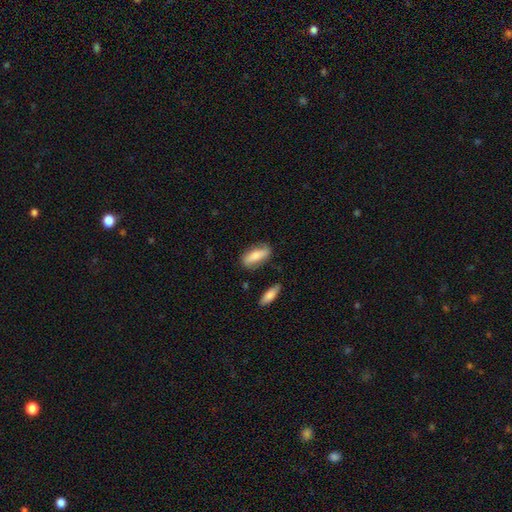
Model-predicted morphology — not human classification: Smooth or featured? smooth (73%)
How rounded? in between (70%)
Merging? none (77%)